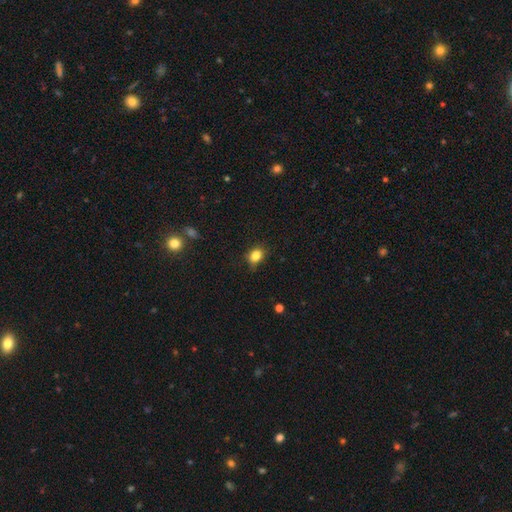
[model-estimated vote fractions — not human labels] This is clearly a smooth galaxy (83%). How rounded: possibly in between (53%). Merging: likely none (72%).